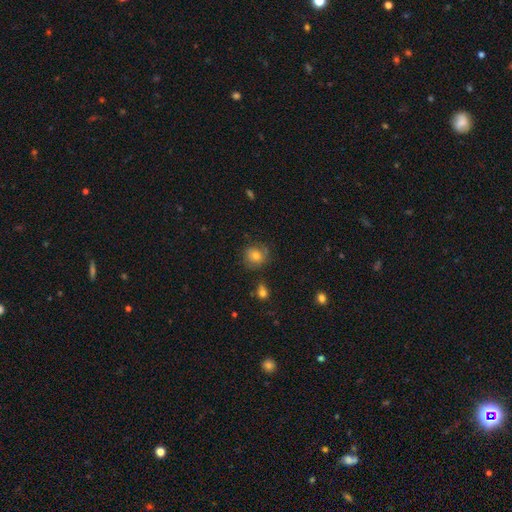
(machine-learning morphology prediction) Smooth or featured: smooth — 66% (featured or disk — 22%)
How rounded: round — 81% (in between — 18%)
Merging: none — 70% (minor disturbance — 20%)